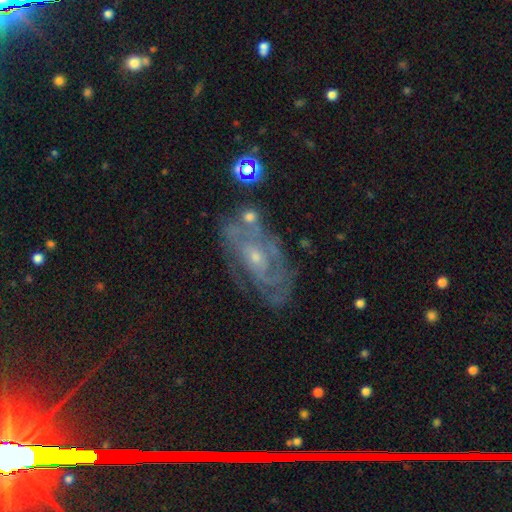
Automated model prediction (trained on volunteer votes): Smooth or featured? Predicted: featured or disk (p=0.81). Edge-on disk? Predicted: no (p=0.94). Bar? Predicted: no (p=0.66). Spiral arms? Predicted: yes (p=0.88). Spiral winding? Predicted: tight (p=0.62). Spiral arm count? Predicted: can't tell (p=0.43). Bulge size? Predicted: small (p=0.73). Merging? Predicted: none (p=0.65).